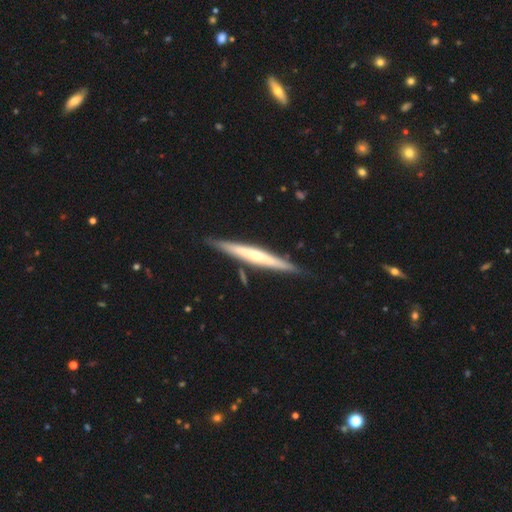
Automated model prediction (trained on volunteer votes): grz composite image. It shows a featured or disk galaxy (67%) viewed edge-on (95%) with a rounded central bulge (69%). Merging: none (85%).